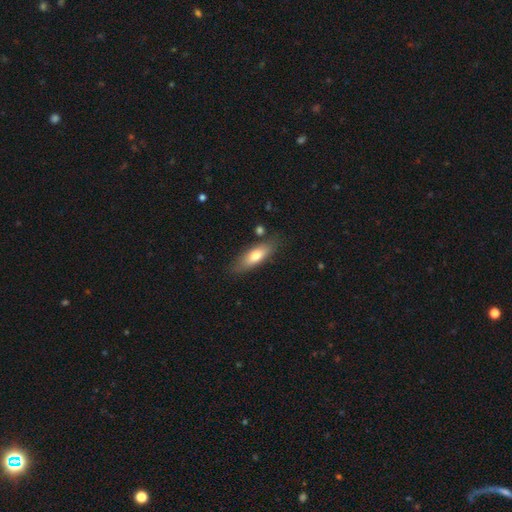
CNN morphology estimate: Smooth or featured? smooth (70%)
How rounded? in between (57%)
Merging? none (78%)